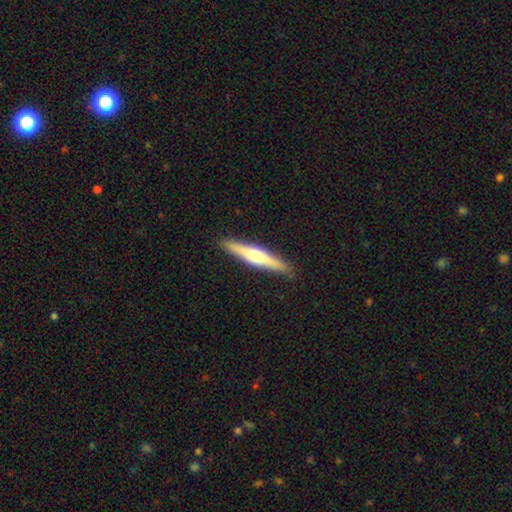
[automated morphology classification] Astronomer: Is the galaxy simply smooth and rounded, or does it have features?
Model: featured or disk — 58% (runner-up: smooth, 37%).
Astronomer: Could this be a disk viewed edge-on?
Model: yes — 96%.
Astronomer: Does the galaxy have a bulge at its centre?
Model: rounded — 88%.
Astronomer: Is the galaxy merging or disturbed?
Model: none — 91%.